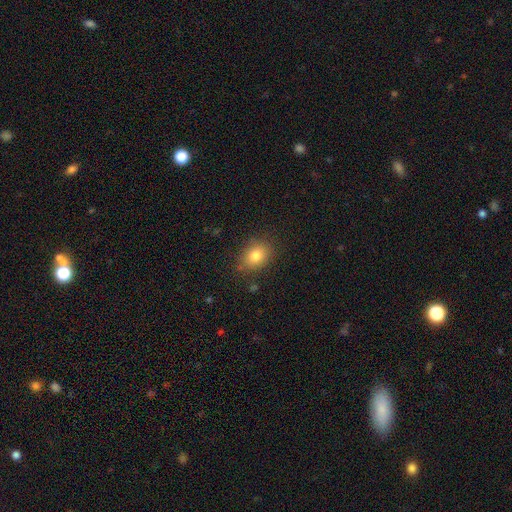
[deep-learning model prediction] smooth 82%, star or artifact 10%, featured or disk 8%. Down the decision tree: how rounded — in between (67%); merging — none (83%).